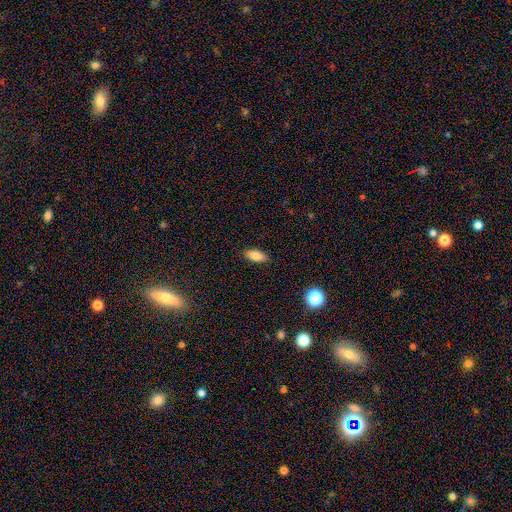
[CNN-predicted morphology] smooth_or_featured: smooth (p=0.84) [alt: star or artifact p=0.08]
how_rounded: in between (p=0.85) [alt: cigar-shaped p=0.12]
merging: none (p=0.88) [alt: minor disturbance p=0.09]